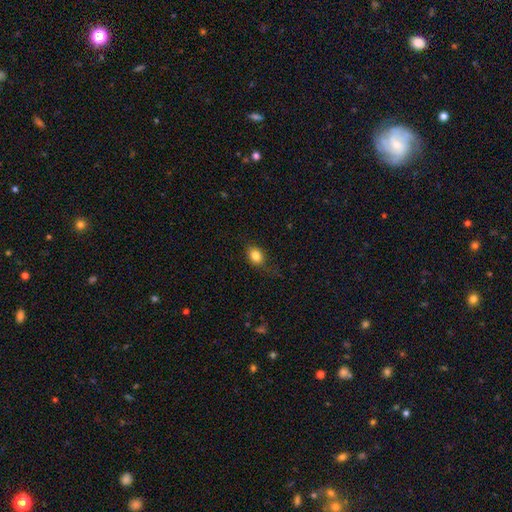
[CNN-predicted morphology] Smooth or featured? smooth (83%)
How rounded? in between (62%)
Merging? none (74%)